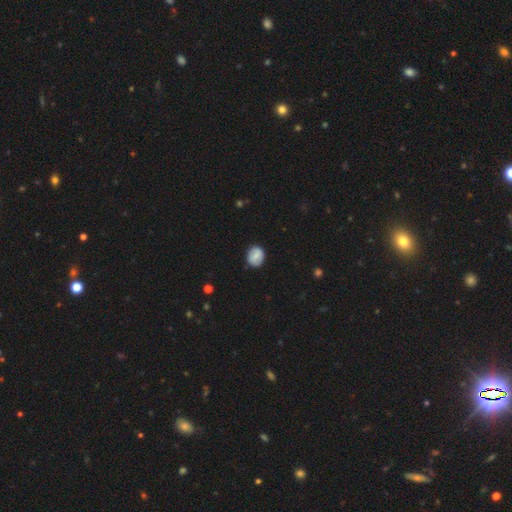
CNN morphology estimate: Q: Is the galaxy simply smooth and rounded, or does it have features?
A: smooth — 67%.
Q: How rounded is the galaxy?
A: round — 66%.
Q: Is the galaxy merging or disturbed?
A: none — 83%.